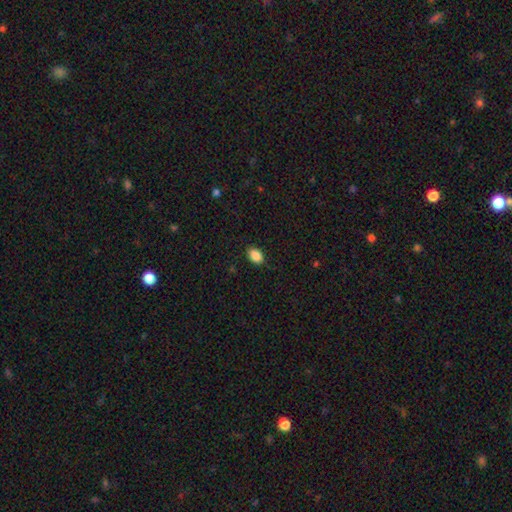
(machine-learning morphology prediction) Smooth or featured: smooth — 88% (star or artifact — 8%)
How rounded: in between — 81% (round — 18%)
Merging: none — 86% (minor disturbance — 10%)